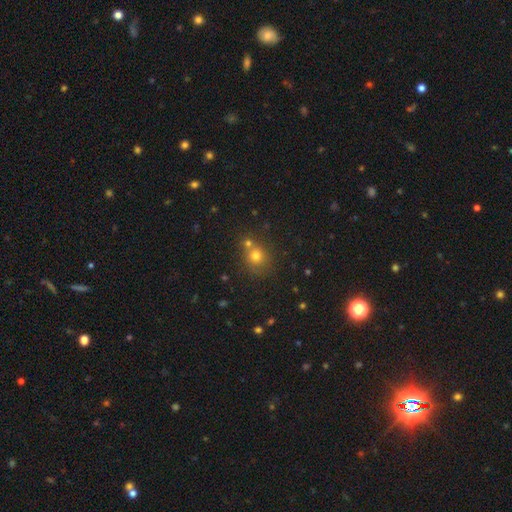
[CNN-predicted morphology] smooth_or_featured: smooth (p=0.73) [alt: star or artifact p=0.17]
how_rounded: round (p=0.82) [alt: in between p=0.17]
merging: none (p=0.60) [alt: merger p=0.26]